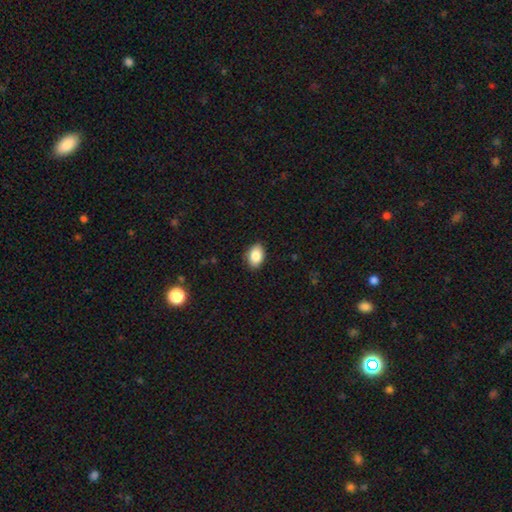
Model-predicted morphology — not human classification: Smooth or featured? smooth (87%)
How rounded? in between (86%)
Merging? none (86%)